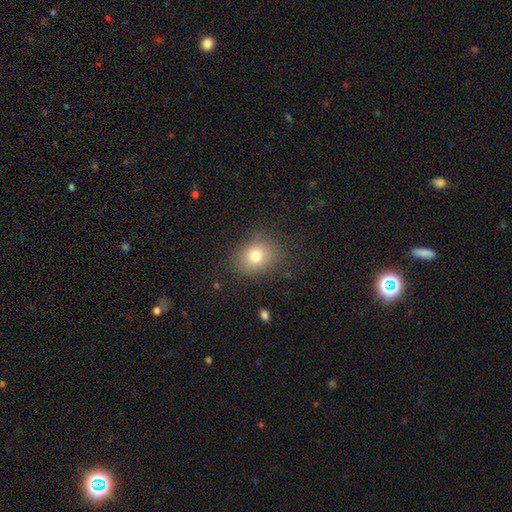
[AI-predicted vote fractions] Overall: smooth (76%). How rounded: round (60%; in between 39%). Merging: none (80%).